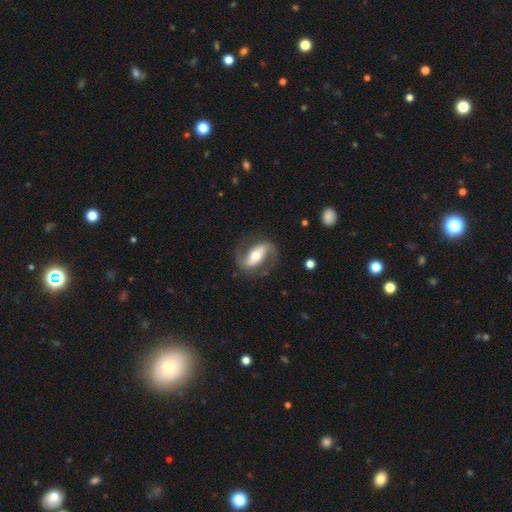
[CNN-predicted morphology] smooth_or_featured: featured or disk (p=0.79) [alt: smooth p=0.16]
disk_edge_on: no (p=0.93) [alt: yes p=0.07]
bar: strong (p=0.53) [alt: weak p=0.24]
has_spiral_arms: yes (p=0.88) [alt: no p=0.12]
spiral_winding: medium (p=0.44) [alt: loose p=0.38]
spiral_arm_count: 2 (p=0.90) [alt: can't tell p=0.04]
bulge_size: moderate (p=0.66) [alt: small p=0.18]
merging: none (p=0.77) [alt: minor disturbance p=0.13]